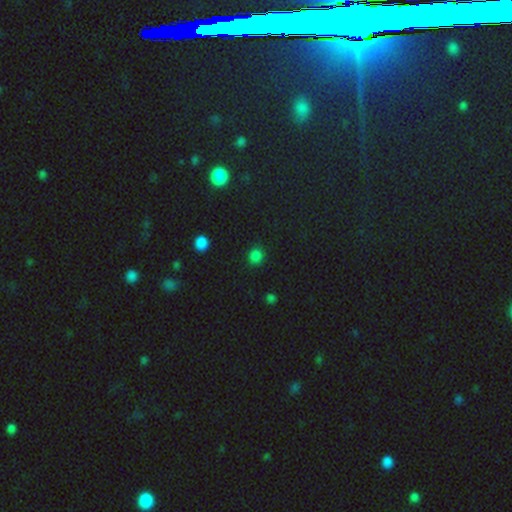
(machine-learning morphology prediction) Smooth or featured? smooth (80%)
How rounded? round (87%)
Merging? none (89%)